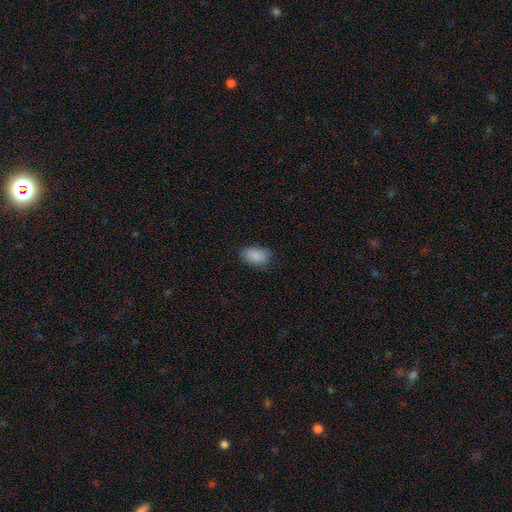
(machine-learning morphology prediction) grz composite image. It shows a smooth galaxy with no disk features (88%) that is in between round and cigar-shaped (90%). Merging: none (78%).